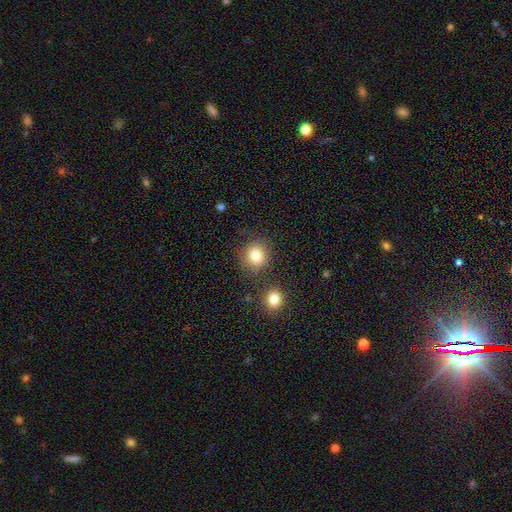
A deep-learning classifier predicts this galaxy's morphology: type=smooth (85%); roundness=round (81%); merging=none (75%).